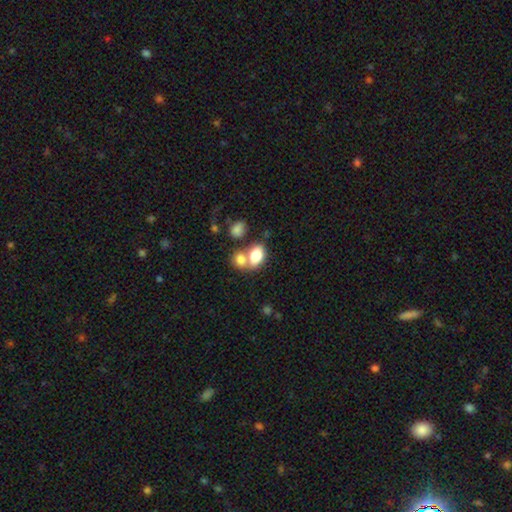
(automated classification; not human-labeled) This appears to be a smooth galaxy with no disk features (79%) that is in between round and cigar-shaped (82%). Merging: merger (55%).